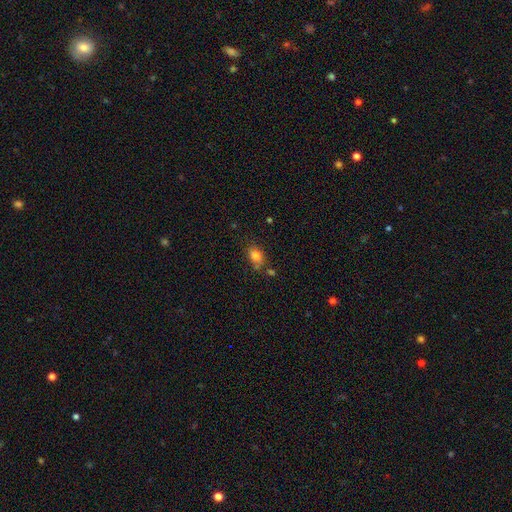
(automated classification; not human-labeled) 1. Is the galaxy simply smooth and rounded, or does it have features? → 81% smooth, 10% star or artifact, 8% featured or disk.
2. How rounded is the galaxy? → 75% in between, 23% round, 2% cigar-shaped.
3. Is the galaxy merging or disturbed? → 59% none, 26% minor disturbance, 8% merger, 7% major disturbance.